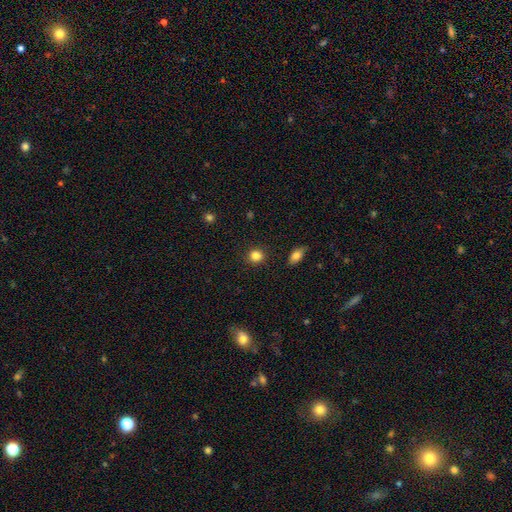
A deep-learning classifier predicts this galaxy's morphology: type=smooth (85%); roundness=round (79%); merging=none (89%).